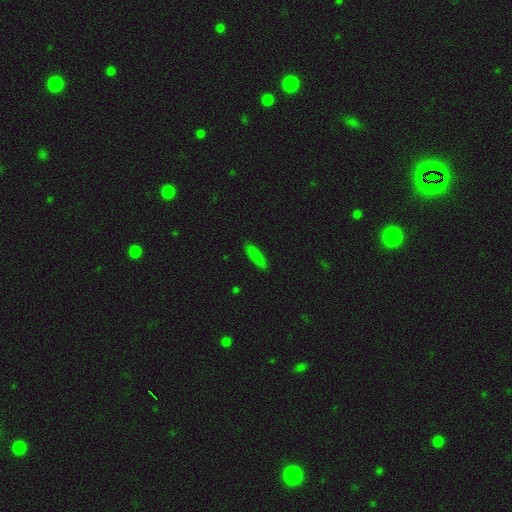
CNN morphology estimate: This appears to be a smooth galaxy with no disk features (84%) that is cigar-shaped (76%). Merging: none (88%).